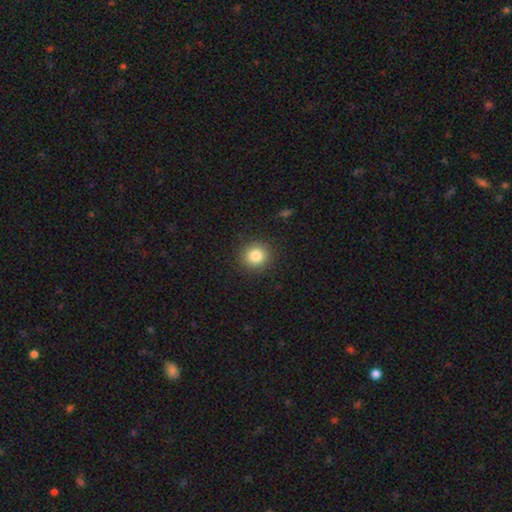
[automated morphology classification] The model was most divided on "smooth or featured": smooth: 83%, star or artifact: 11%, featured or disk: 6%. More confident: how rounded — round (91%); merging — none (90%).